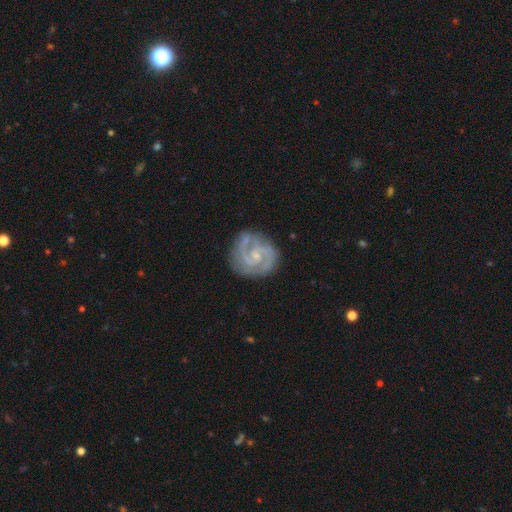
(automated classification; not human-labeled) Q: Smooth or featured?
A: featured or disk (89%); runner-up: smooth (6%)
Q: Edge-on disk?
A: no (98%); runner-up: yes (2%)
Q: Bar?
A: no (50%); runner-up: weak (42%)
Q: Spiral arms?
A: yes (98%); runner-up: no (2%)
Q: Spiral winding?
A: tight (47%); runner-up: medium (46%)
Q: Spiral arm count?
A: 2 (79%); runner-up: 3 (11%)
Q: Bulge size?
A: small (66%); runner-up: moderate (24%)
Q: Merging?
A: none (77%); runner-up: minor disturbance (16%)